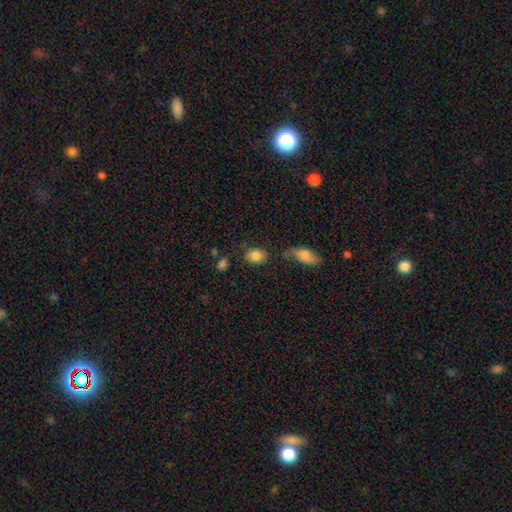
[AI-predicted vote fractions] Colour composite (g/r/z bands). It shows a smooth galaxy with no disk features (84%) that is in between round and cigar-shaped (67%). Merging: none (65%).